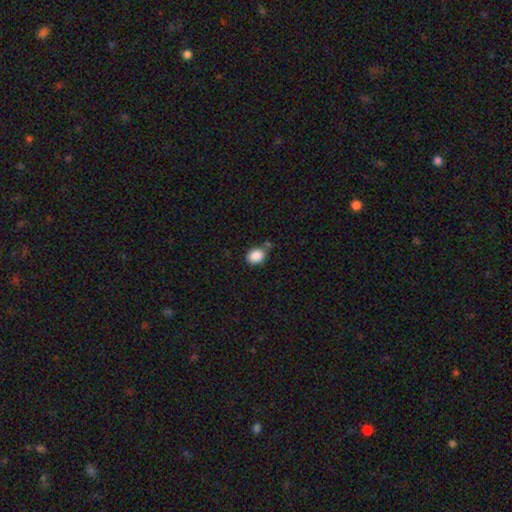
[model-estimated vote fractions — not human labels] Smooth or featured?
  - smooth: 88% *
  - star or artifact: 9%
  - featured or disk: 3%
How rounded?
  - in between: 62% *
  - round: 37%
  - cigar-shaped: 1%
Merging?
  - none: 68% *
  - minor disturbance: 18%
  - merger: 10%
  - major disturbance: 4%